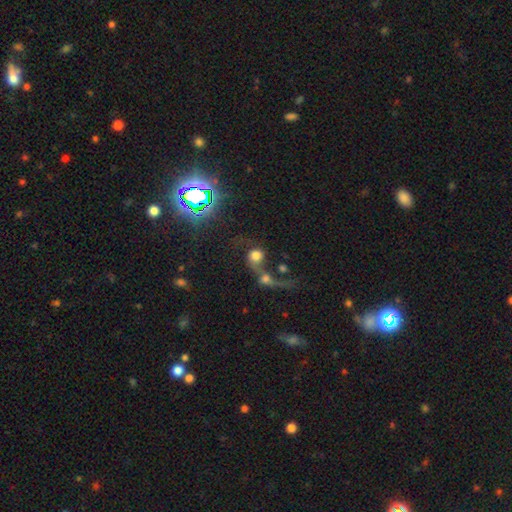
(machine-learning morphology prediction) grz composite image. It shows a smooth galaxy with no disk features (52%) that is round (75%). Merging: merger (65%).